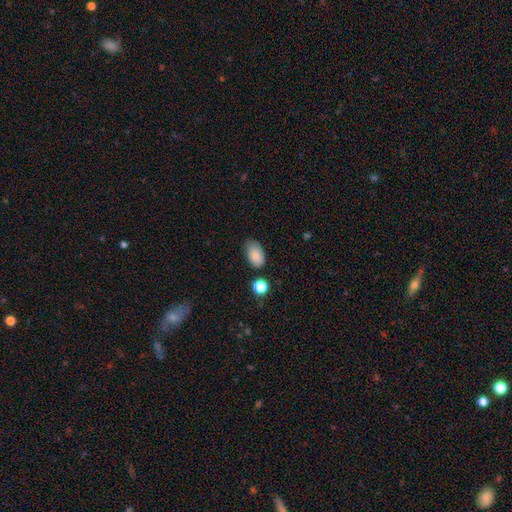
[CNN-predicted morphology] type=smooth (86%); roundness=in between (91%); merging=none (67%).